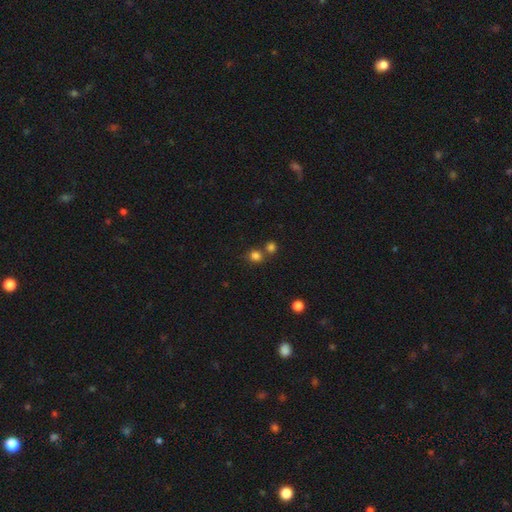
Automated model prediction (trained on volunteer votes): Smooth or featured?
  - smooth: 79% *
  - star or artifact: 16%
  - featured or disk: 6%
How rounded?
  - round: 79% *
  - in between: 20%
  - cigar-shaped: 1%
Merging?
  - none: 61% *
  - merger: 28%
  - minor disturbance: 8%
  - major disturbance: 3%